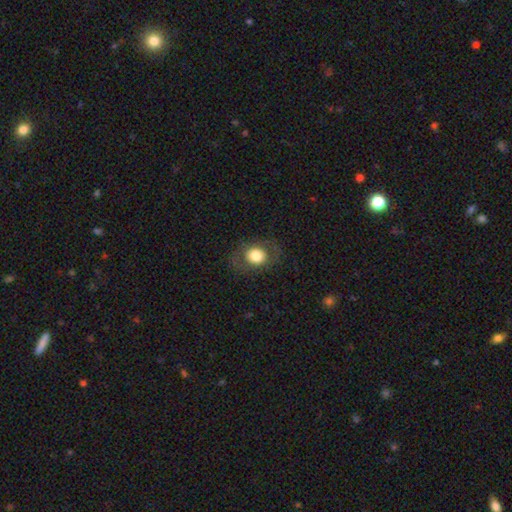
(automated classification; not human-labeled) Smooth or featured? smooth (74%)
How rounded? round (62%)
Merging? none (80%)